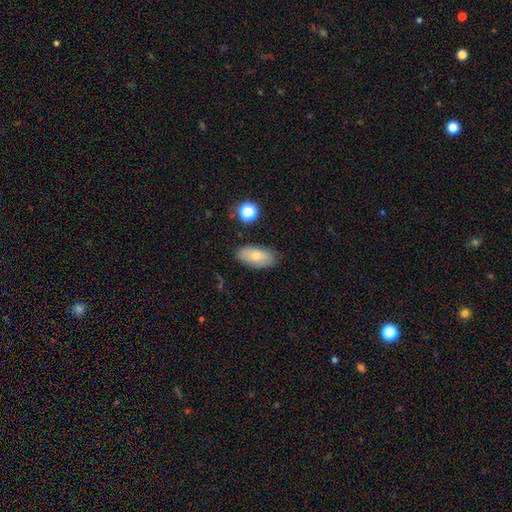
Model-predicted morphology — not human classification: Smooth or featured?
  - smooth: 72% *
  - featured or disk: 20%
  - star or artifact: 8%
How rounded?
  - in between: 89% *
  - cigar-shaped: 6%
  - round: 4%
Merging?
  - none: 82% *
  - minor disturbance: 13%
  - major disturbance: 3%
  - merger: 2%